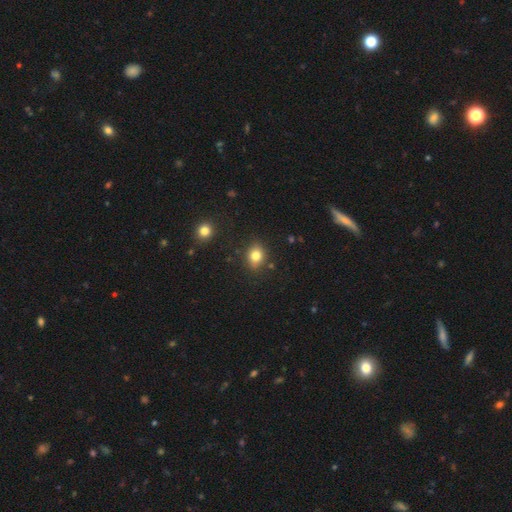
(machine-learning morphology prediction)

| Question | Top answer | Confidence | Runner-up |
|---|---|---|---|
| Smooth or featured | smooth | 81% | star or artifact (11%) |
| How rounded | in between | 51% | round (48%) |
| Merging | none | 83% | minor disturbance (11%) |